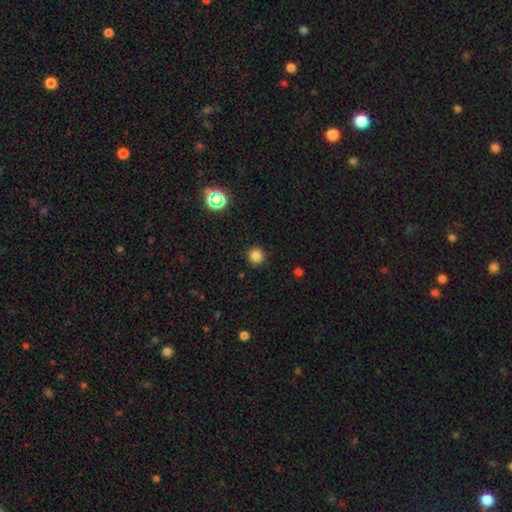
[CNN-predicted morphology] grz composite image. It shows a smooth galaxy with no disk features (82%) that is round (92%). Merging: none (91%).